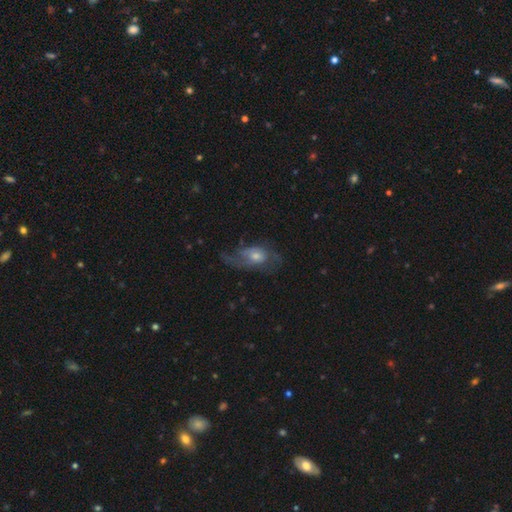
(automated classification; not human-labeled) Smooth or featured? Predicted: featured or disk (p=0.64). Edge-on disk? Predicted: no (p=0.93). Bar? Predicted: no (p=0.71). Spiral arms? Predicted: yes (p=0.80). Bulge size? Predicted: moderate (p=0.53). Merging? Predicted: none (p=0.49).